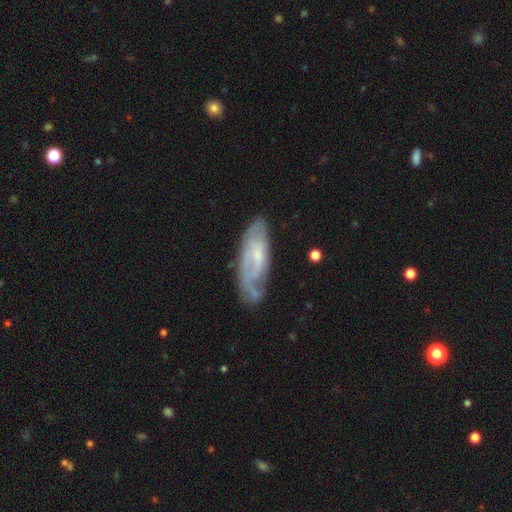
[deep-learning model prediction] Smooth or featured? featured or disk (62%)
Edge-on disk? no (81%)
Bar? no (54%)
Spiral arms? yes (72%)
Bulge size? small (55%)
Merging? none (57%)